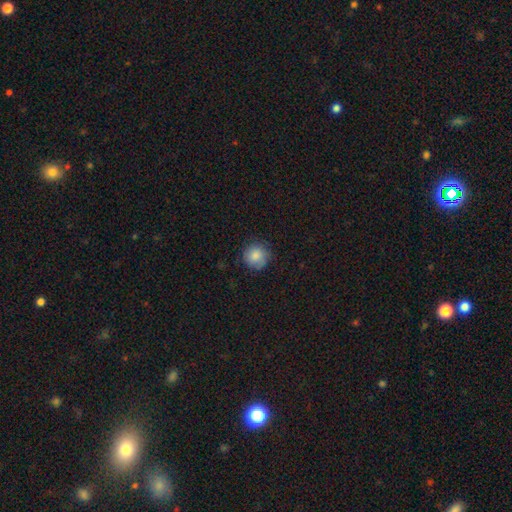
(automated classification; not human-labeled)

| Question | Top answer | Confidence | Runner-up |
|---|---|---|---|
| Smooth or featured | smooth | 85% | star or artifact (8%) |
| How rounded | round | 92% | in between (7%) |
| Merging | none | 80% | minor disturbance (15%) |